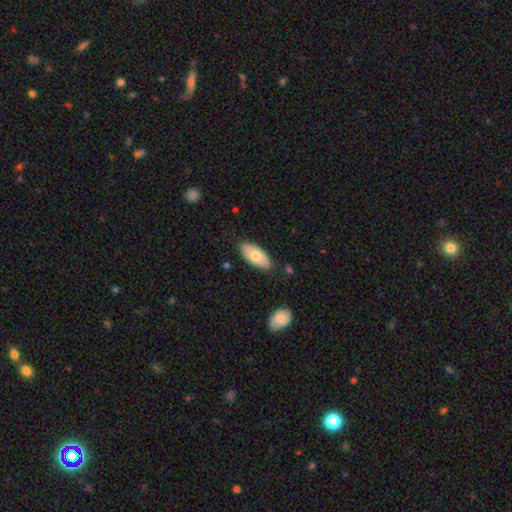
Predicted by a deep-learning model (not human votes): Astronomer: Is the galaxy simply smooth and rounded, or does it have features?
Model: smooth — 70%.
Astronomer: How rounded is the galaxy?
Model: in between — 90%.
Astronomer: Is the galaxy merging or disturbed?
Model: none — 84%.